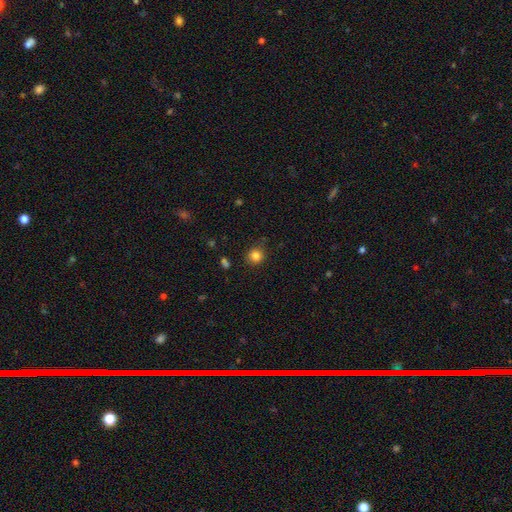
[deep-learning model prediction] The model was most divided on "smooth or featured": smooth: 84%, star or artifact: 11%, featured or disk: 5%. More confident: how rounded — round (89%); merging — none (86%).